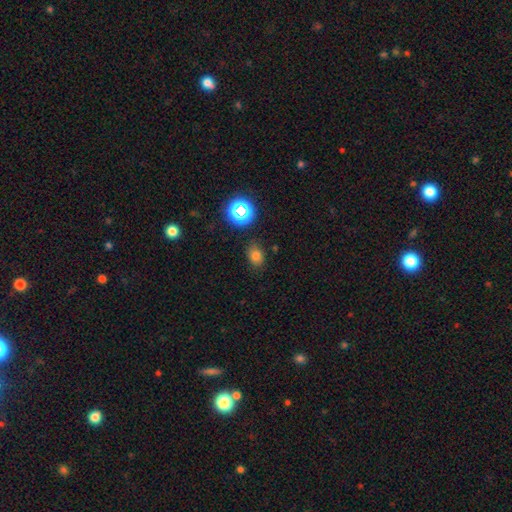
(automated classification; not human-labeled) smooth 73%, star or artifact 20%, featured or disk 7%. Down the decision tree: how rounded — in between (57%); merging — none (77%).